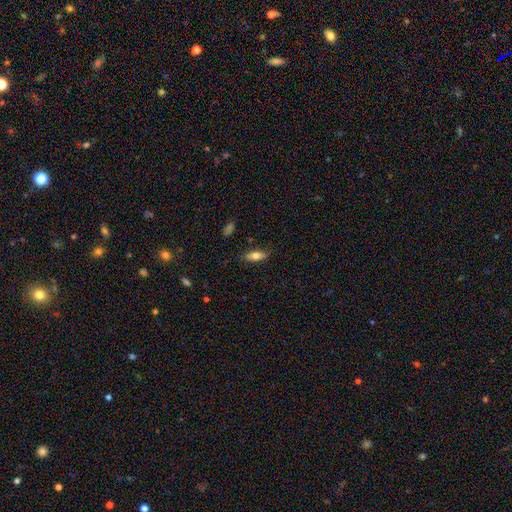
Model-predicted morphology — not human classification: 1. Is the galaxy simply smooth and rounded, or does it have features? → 66% smooth, 26% featured or disk, 7% star or artifact.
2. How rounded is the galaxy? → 68% in between, 29% cigar-shaped, 3% round.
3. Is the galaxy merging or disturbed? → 84% none, 12% minor disturbance, 2% major disturbance, 1% merger.